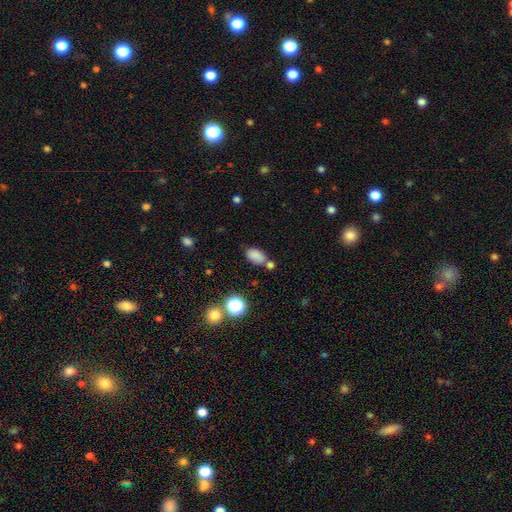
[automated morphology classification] smooth 82%, star or artifact 12%, featured or disk 6%. Down the decision tree: how rounded — in between (88%); merging — none (61%).